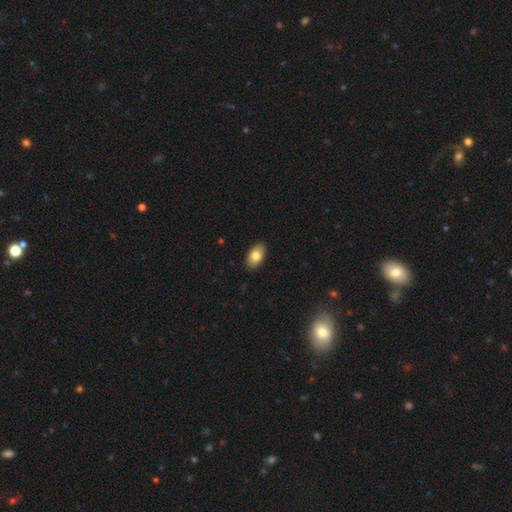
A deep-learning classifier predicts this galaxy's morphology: smooth_or_featured: smooth (p=0.82) [alt: featured or disk p=0.11]
how_rounded: in between (p=0.93) [alt: round p=0.05]
merging: none (p=0.89) [alt: minor disturbance p=0.09]